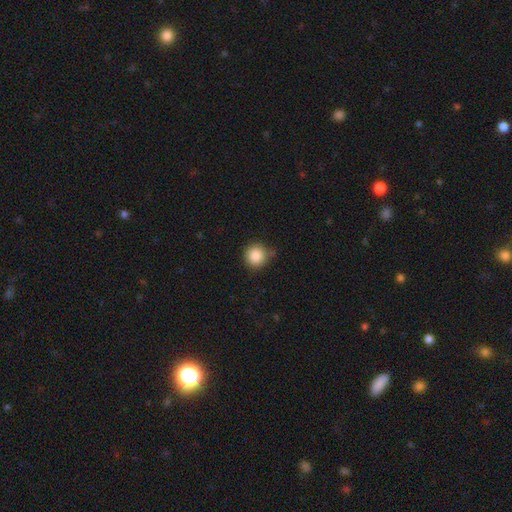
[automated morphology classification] A smooth galaxy with no disk features (87%) that is round (94%). Merging: none (74%).